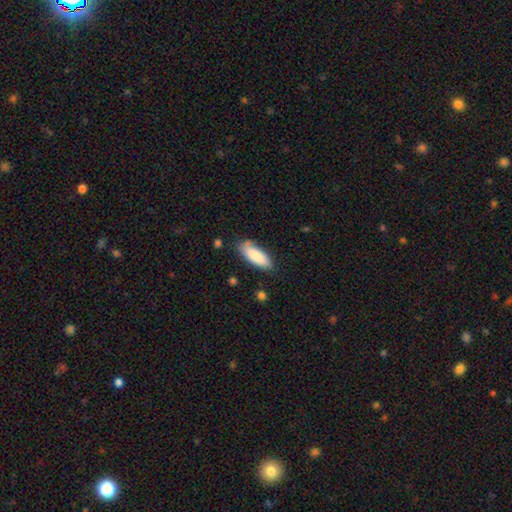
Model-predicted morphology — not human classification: This is clearly a smooth galaxy (86%). How rounded: likely in between (73%). Merging: likely none (74%).